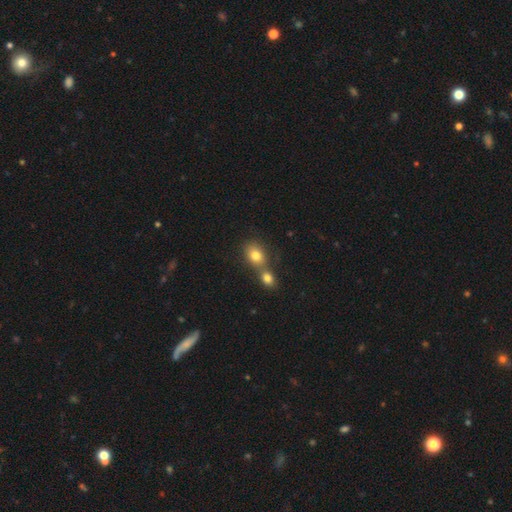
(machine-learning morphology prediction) Smooth or featured: smooth — 79% (featured or disk — 11%)
How rounded: in between — 58% (round — 40%)
Merging: merger — 58% (none — 32%)